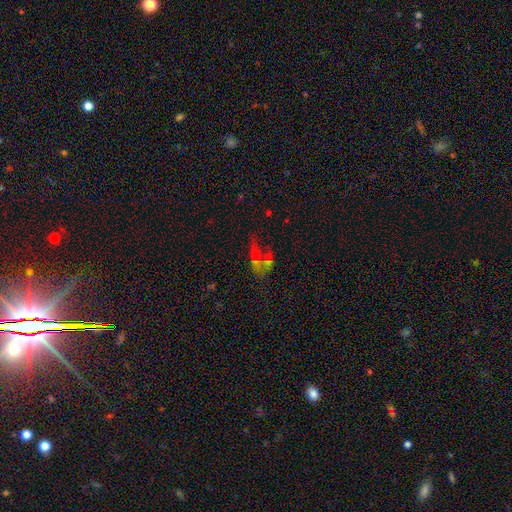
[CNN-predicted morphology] A smooth galaxy with no disk features (40%). Merging: merger (43%).